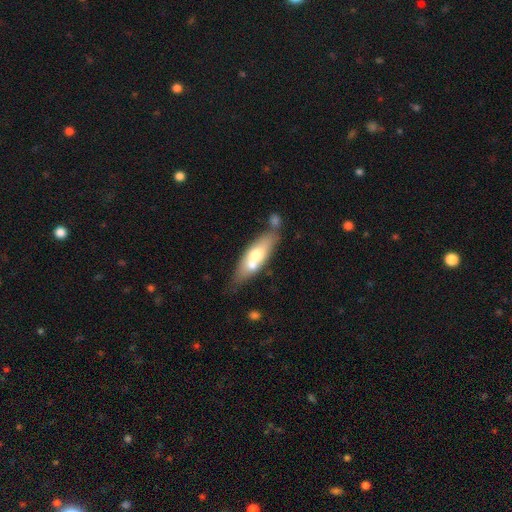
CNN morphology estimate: Overall: smooth (57%; featured or disk 37%). How rounded: in between (56%; cigar-shaped 41%). Merging: none (49%; merger 29%).